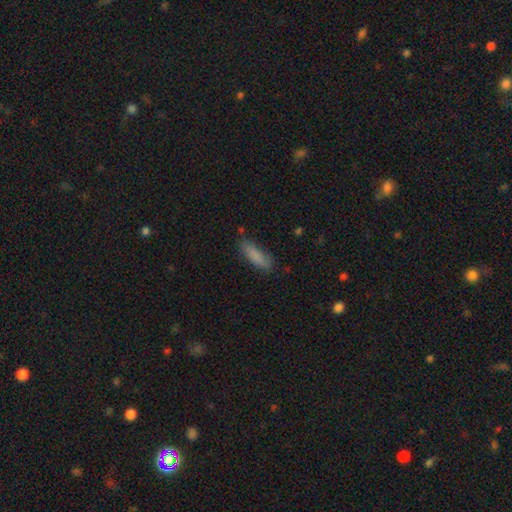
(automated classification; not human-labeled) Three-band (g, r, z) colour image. It shows a smooth galaxy with no disk features (85%) that is in between round and cigar-shaped (49%, tied with cigar-shaped). Merging: none (76%).